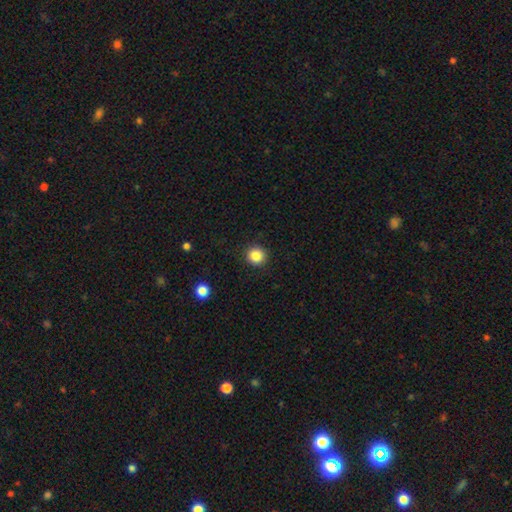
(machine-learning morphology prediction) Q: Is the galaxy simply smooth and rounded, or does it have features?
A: smooth — 86%.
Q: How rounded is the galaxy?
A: round — 94%.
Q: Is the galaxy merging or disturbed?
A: none — 92%.